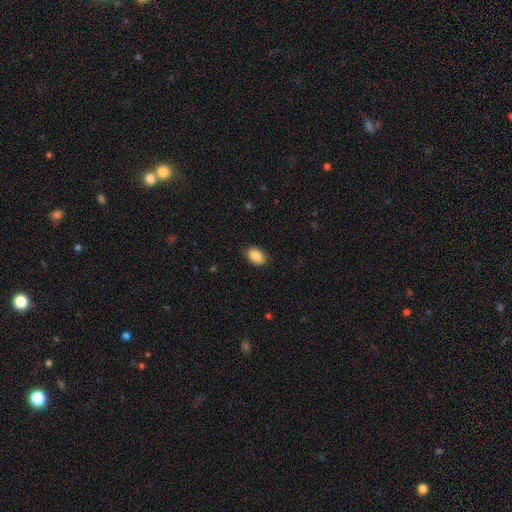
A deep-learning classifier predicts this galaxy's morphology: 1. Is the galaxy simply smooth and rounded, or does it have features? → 87% smooth, 8% star or artifact, 6% featured or disk.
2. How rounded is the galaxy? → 83% in between, 16% round, 1% cigar-shaped.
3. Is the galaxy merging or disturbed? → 87% none, 10% minor disturbance, 2% major disturbance, 1% merger.